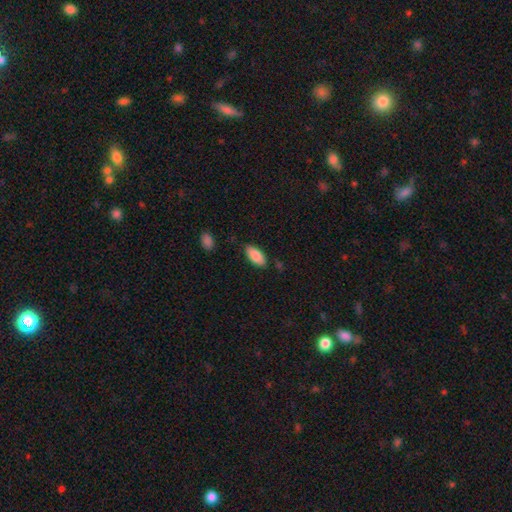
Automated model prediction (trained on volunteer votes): Morphology: type=smooth (88%); roundness=in between (90%); merging=none (82%).